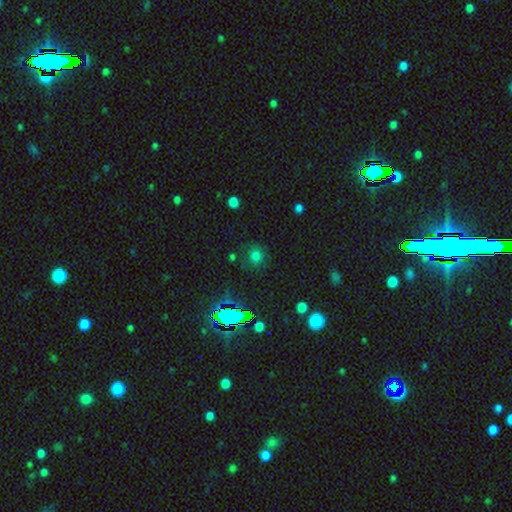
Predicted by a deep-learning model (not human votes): Smooth or featured: smooth — 65% (star or artifact — 27%)
How rounded: round — 88% (in between — 11%)
Merging: none — 77% (minor disturbance — 13%)